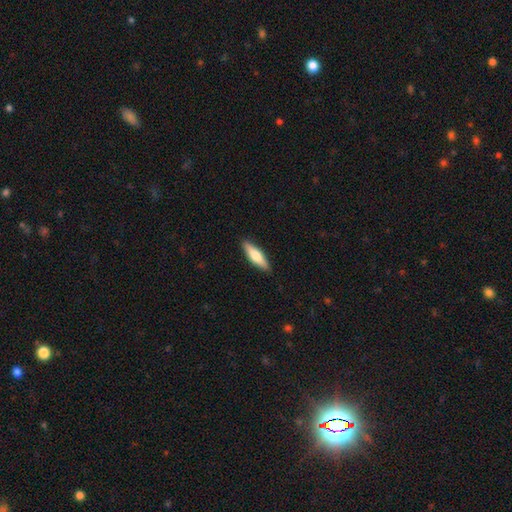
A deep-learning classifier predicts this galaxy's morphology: The model was most divided on "smooth or featured": smooth: 58%, featured or disk: 37%, star or artifact: 5%. More confident: merging — none (90%); how rounded — cigar-shaped (64%).